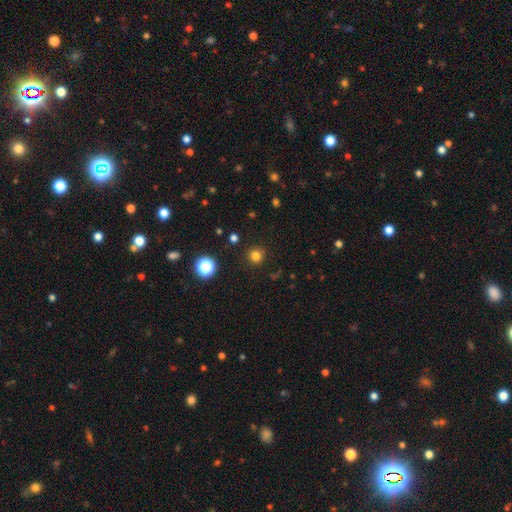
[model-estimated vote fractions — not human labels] A smooth galaxy with no disk features (79%) that is round (95%). Merging: none (91%).